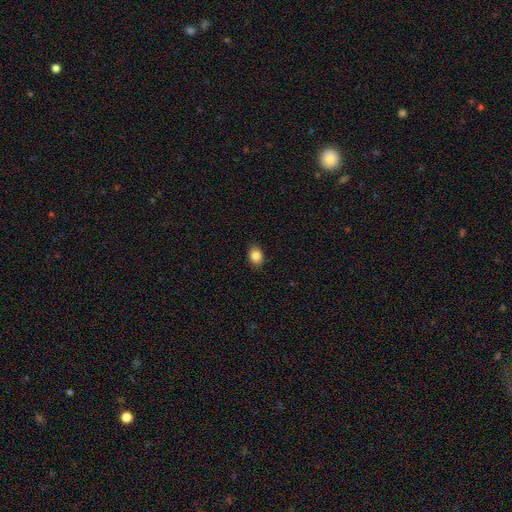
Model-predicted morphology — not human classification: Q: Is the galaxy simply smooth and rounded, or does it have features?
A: smooth — 85%.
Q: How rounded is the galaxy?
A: in between — 68%.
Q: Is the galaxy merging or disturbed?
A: none — 88%.